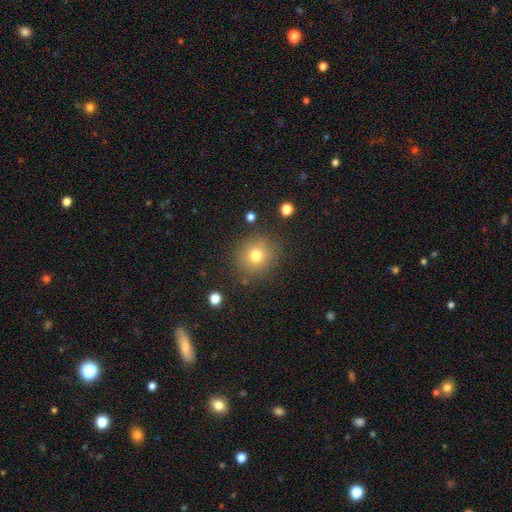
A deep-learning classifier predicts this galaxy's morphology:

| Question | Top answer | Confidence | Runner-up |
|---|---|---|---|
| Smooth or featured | smooth | 75% | star or artifact (14%) |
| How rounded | round | 88% | in between (11%) |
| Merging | none | 84% | minor disturbance (9%) |